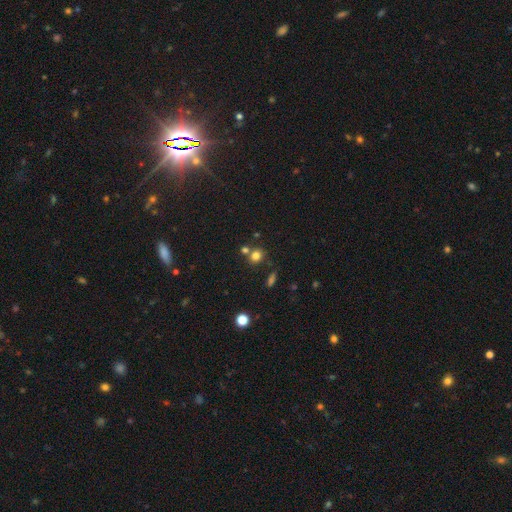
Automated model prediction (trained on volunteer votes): This appears to be a smooth galaxy with no disk features (77%) that is round (75%). Merging: none (62%).